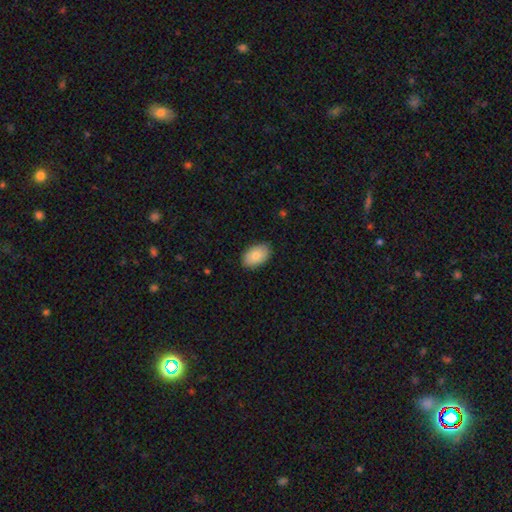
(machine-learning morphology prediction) Smooth or featured? Predicted: smooth (p=0.84). How rounded? Predicted: in between (p=0.92). Merging? Predicted: none (p=0.87).